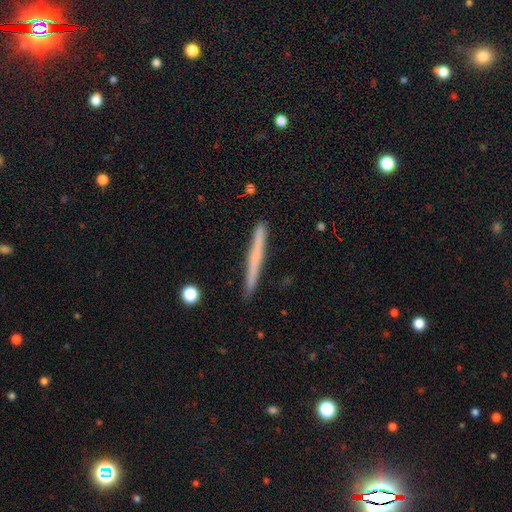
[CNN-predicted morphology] Smooth or featured: smooth — 60% (featured or disk — 34%)
How rounded: cigar-shaped — 97% (in between — 2%)
Merging: none — 91% (minor disturbance — 7%)